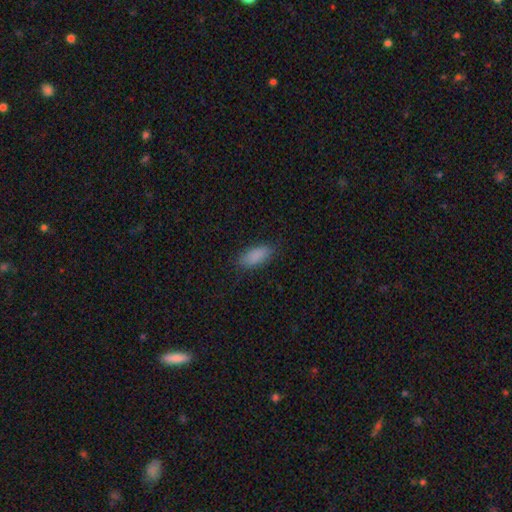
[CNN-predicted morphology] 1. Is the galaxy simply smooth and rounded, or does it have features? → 89% smooth, 7% star or artifact, 4% featured or disk.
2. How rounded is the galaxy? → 84% in between, 13% cigar-shaped, 2% round.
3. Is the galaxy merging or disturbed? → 85% none, 12% minor disturbance, 3% major disturbance, 1% merger.